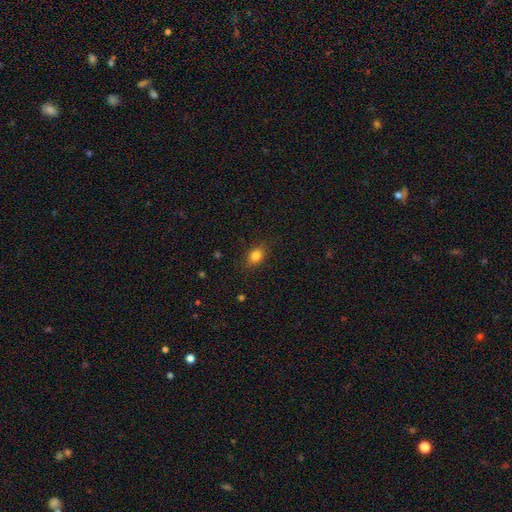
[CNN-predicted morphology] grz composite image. It shows a smooth galaxy with no disk features (83%) that is in between round and cigar-shaped (72%). Merging: none (86%).